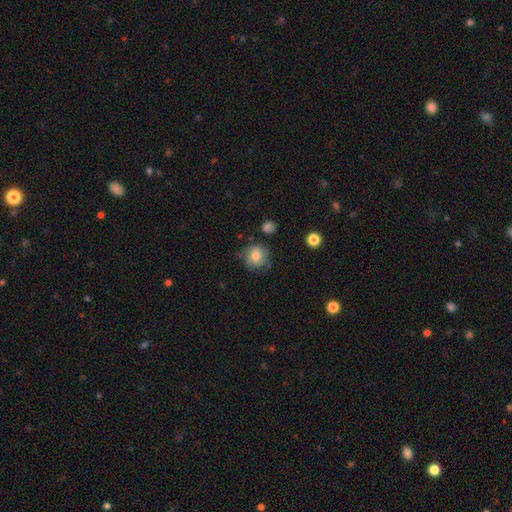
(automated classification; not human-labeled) Smooth or featured?
  - smooth: 70% *
  - featured or disk: 21%
  - star or artifact: 9%
How rounded?
  - round: 84% *
  - in between: 15%
  - cigar-shaped: 1%
Merging?
  - none: 67% *
  - minor disturbance: 23%
  - major disturbance: 7%
  - merger: 3%